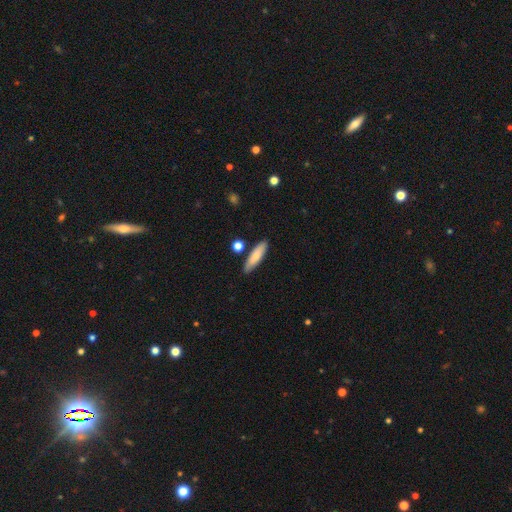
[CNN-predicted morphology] type=smooth (79%); roundness=cigar-shaped (68%); merging=none (82%).